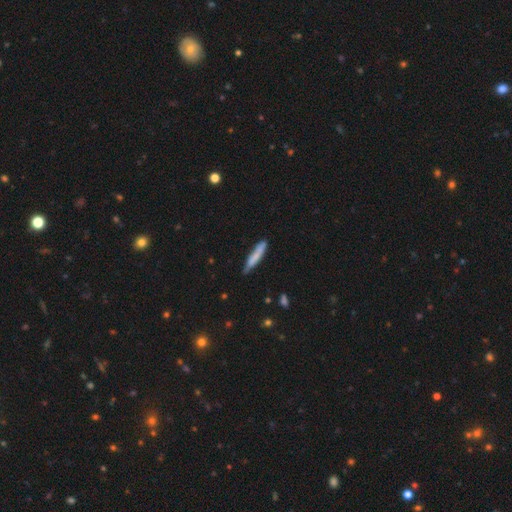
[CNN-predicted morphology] This is likely a smooth galaxy (73%). How rounded: clearly cigar-shaped (91%). Merging: likely none (71%).